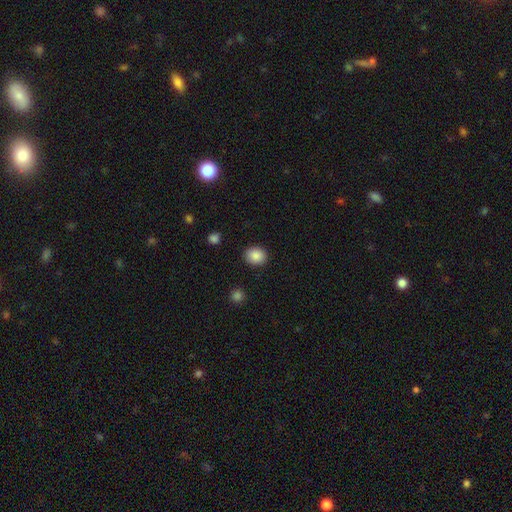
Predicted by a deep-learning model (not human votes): Smooth or featured? Predicted: smooth (p=0.88). How rounded? Predicted: round (p=0.57). Merging? Predicted: none (p=0.89).